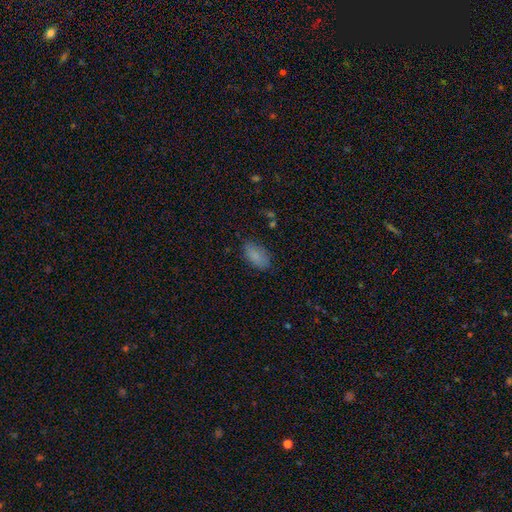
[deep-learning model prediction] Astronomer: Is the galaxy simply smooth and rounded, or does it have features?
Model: smooth — 85%.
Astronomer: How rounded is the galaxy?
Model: in between — 91%.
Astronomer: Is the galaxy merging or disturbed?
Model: none — 79%.